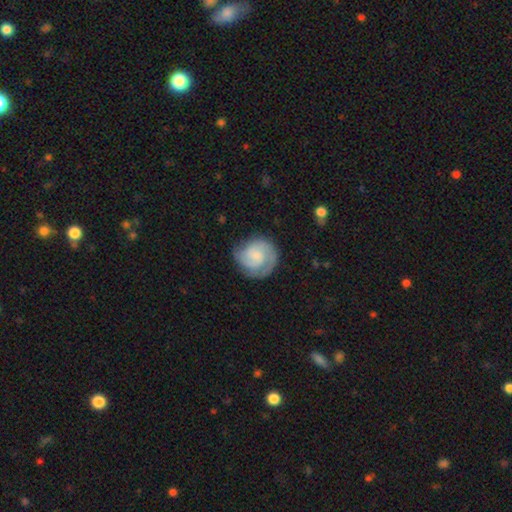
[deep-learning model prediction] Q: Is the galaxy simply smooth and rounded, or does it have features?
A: featured or disk — 71%.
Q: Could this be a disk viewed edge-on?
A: no — 98%.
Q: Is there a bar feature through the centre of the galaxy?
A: no — 56%.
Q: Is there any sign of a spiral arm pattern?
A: yes — 95%.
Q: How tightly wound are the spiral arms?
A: tight — 51%.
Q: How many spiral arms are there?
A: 2 — 65%.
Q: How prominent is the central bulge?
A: small — 39%.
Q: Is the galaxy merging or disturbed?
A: none — 74%.